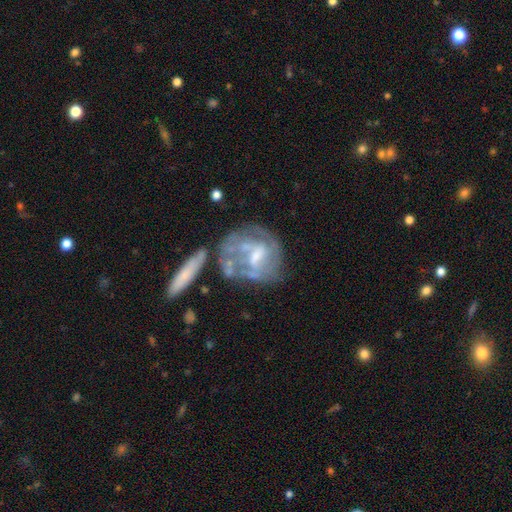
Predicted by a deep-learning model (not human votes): This is likely a featured or disk galaxy (69%). It is clearly not viewed edge-on (96%). Bar: marginally weak (44%). Spiral arm pattern: possibly yes (55%). Central bulge: marginally moderate (42%). Merging: marginally none (43%).